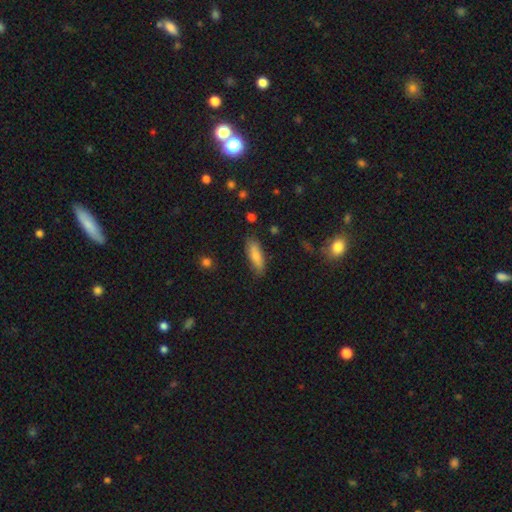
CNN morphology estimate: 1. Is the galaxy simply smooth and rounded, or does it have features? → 71% smooth, 22% featured or disk, 7% star or artifact.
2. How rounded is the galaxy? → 51% in between, 46% cigar-shaped, 3% round.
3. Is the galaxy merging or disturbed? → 81% none, 14% minor disturbance, 3% major disturbance, 2% merger.